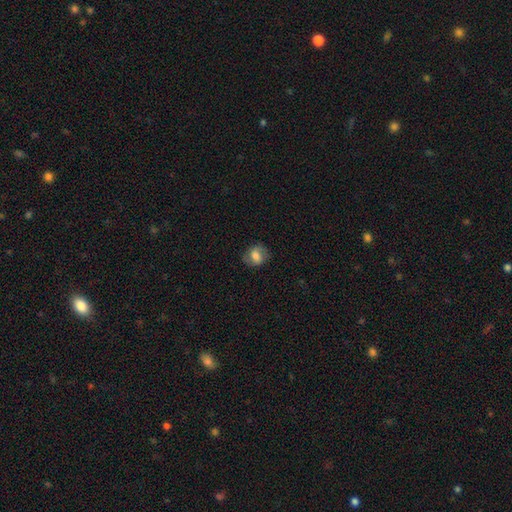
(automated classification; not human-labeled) smooth-or-featured: smooth: 67% | featured or disk: 24% | star or artifact: 9%
  how-rounded: round: 51% | in between: 48% | cigar-shaped: 1%
  merging: none: 74% | minor disturbance: 18% | major disturbance: 7% | merger: 1%